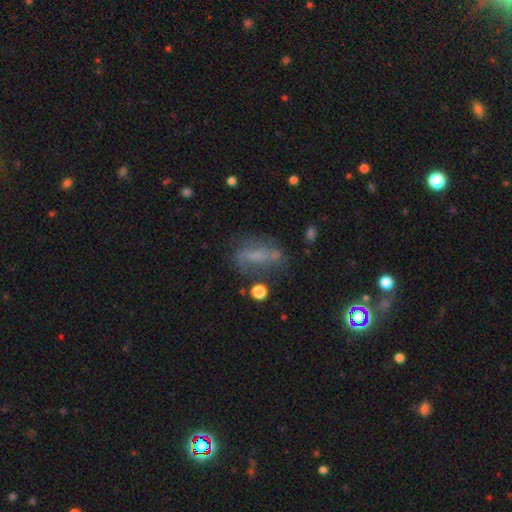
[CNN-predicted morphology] This appears to be a featured or disk galaxy (45%). Merging: none (45%).